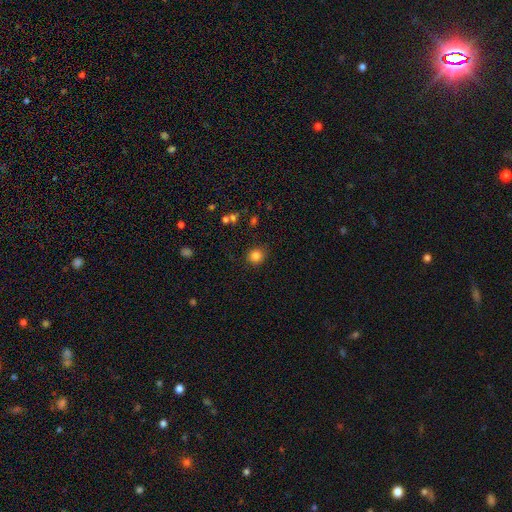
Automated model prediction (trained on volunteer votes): smooth 83%, star or artifact 12%, featured or disk 5%. Down the decision tree: how rounded — round (87%); merging — none (87%).